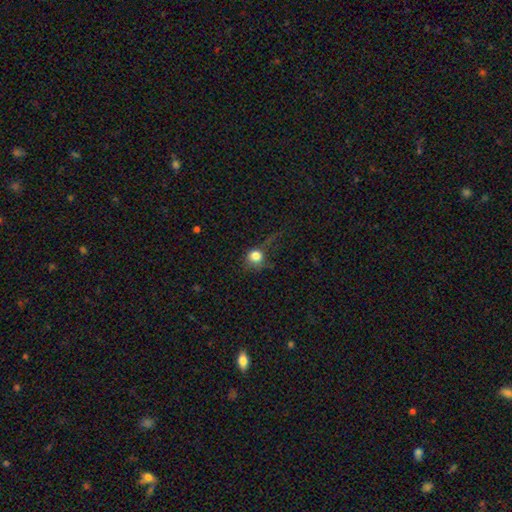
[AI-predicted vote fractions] This is clearly a smooth galaxy (80%). How rounded: clearly round (86%). Merging: possibly none (53%).